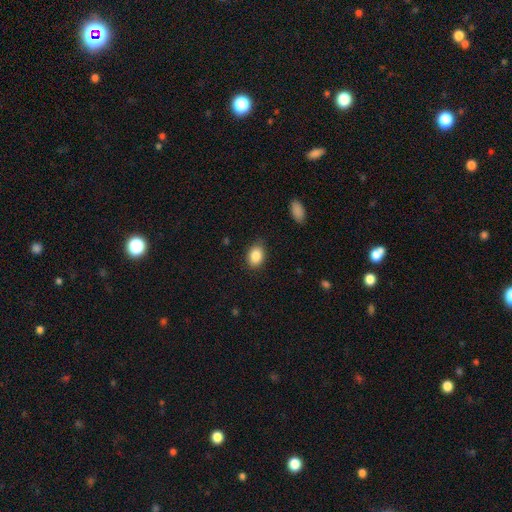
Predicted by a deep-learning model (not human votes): Smooth or featured? smooth (86%)
How rounded? in between (78%)
Merging? none (83%)